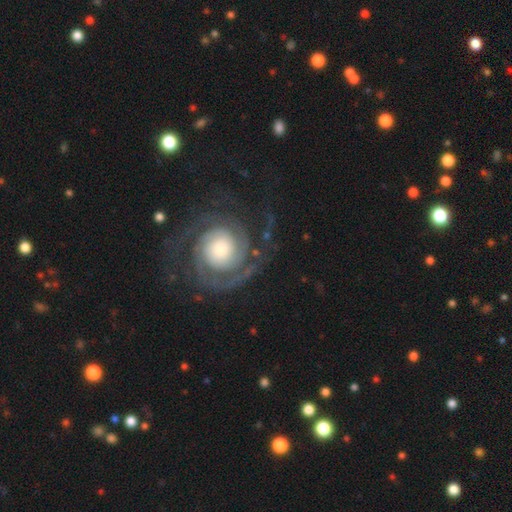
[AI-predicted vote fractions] featured or disk 70%, smooth 17%, star or artifact 13%. Down the decision tree: edge-on disk — no (97%); bar — no (77%); spiral arms — yes (88%); spiral arm count — 2 (37%); spiral winding — tight (61%); bulge size — moderate (40%); merging — none (73%).